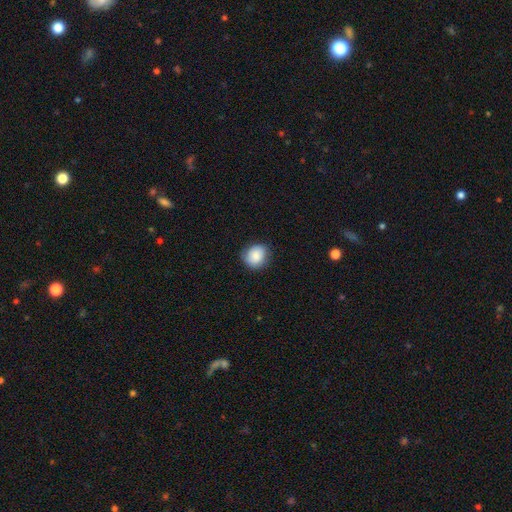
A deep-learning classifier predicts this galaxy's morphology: This is clearly a smooth galaxy (85%). How rounded: likely round (74%). Merging: clearly none (82%).